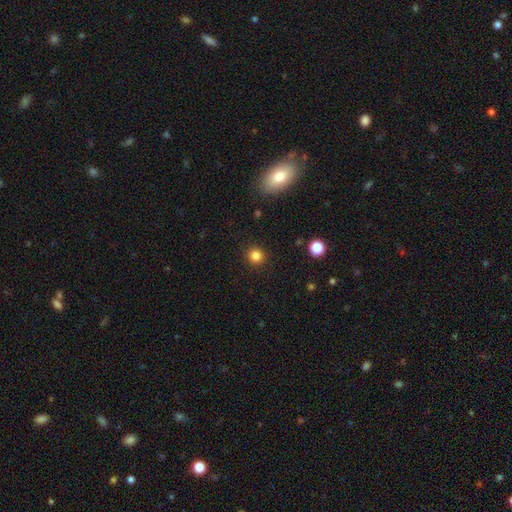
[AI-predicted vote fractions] Smooth or featured? Predicted: smooth (p=0.83). How rounded? Predicted: round (p=0.92). Merging? Predicted: none (p=0.92).